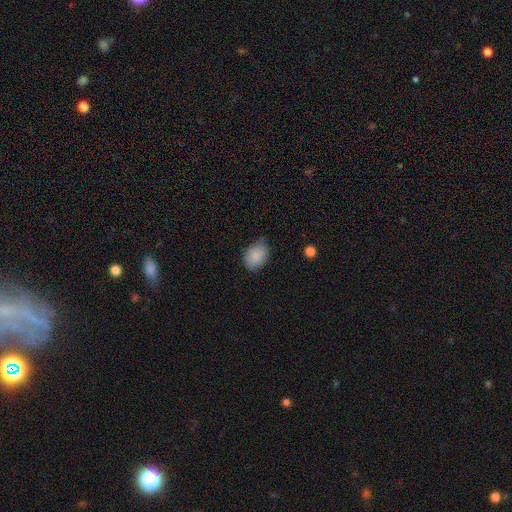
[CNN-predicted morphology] Smooth or featured?
  - smooth: 88% *
  - star or artifact: 7%
  - featured or disk: 5%
How rounded?
  - in between: 75% *
  - round: 23%
  - cigar-shaped: 1%
Merging?
  - none: 74% *
  - minor disturbance: 21%
  - major disturbance: 4%
  - merger: 2%